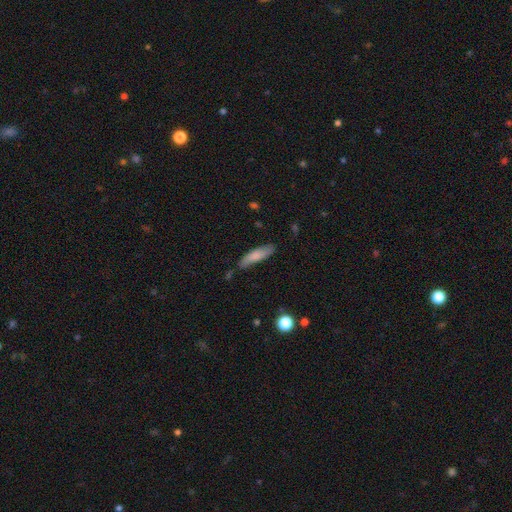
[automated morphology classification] Smooth or featured? Predicted: smooth (p=0.76). How rounded? Predicted: cigar-shaped (p=0.66). Merging? Predicted: none (p=0.74).